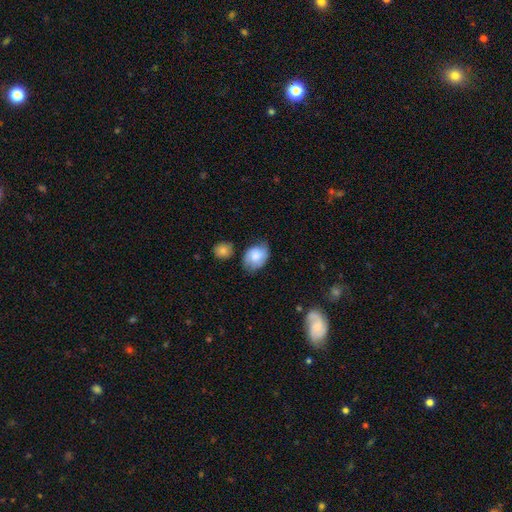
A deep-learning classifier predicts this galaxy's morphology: A smooth galaxy with no disk features (69%) that is in between round and cigar-shaped (72%).

Vote fractions:
- Smooth or featured? smooth: 69% / featured or disk: 24% / star or artifact: 7%
- How rounded? in between: 72% / round: 26% / cigar-shaped: 1%
- Merging? none: 58% / minor disturbance: 30% / major disturbance: 7% / merger: 4%